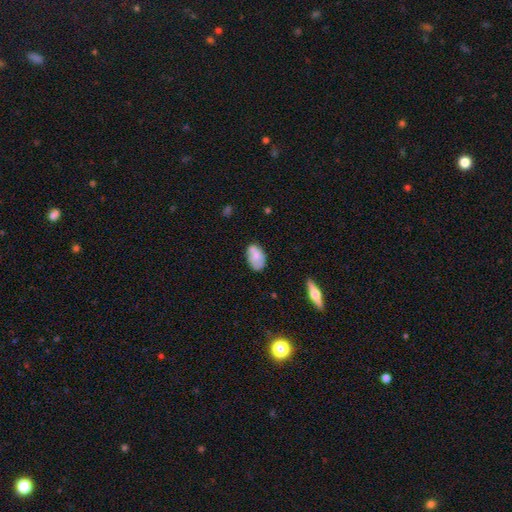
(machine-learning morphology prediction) Smooth or featured: smooth — 67% (featured or disk — 25%)
How rounded: in between — 90% (round — 8%)
Merging: none — 57% (minor disturbance — 25%)